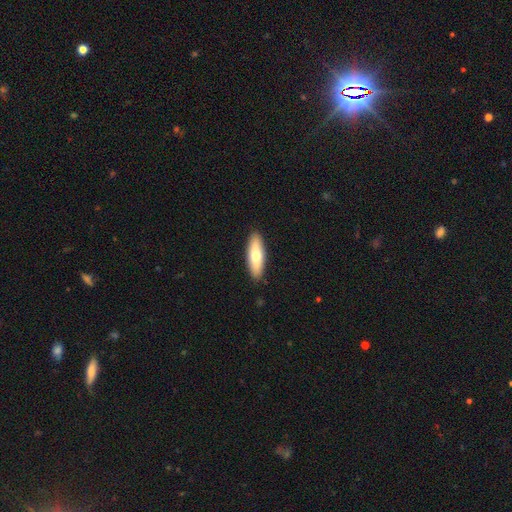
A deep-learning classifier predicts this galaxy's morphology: smooth_or_featured: smooth (p=0.68) [alt: featured or disk p=0.26]
how_rounded: in between (p=0.53) [alt: cigar-shaped p=0.45]
merging: none (p=0.90) [alt: minor disturbance p=0.07]